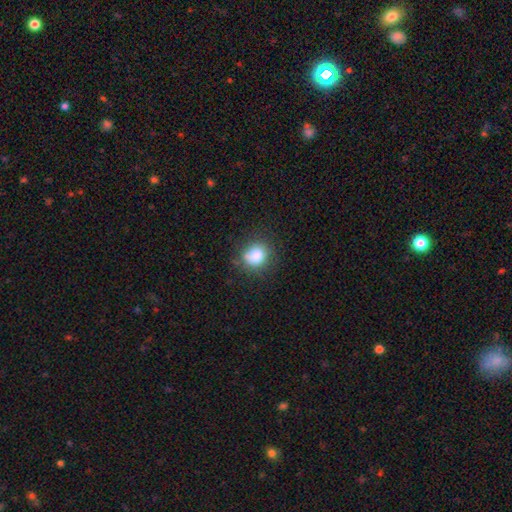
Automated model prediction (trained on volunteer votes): Q: Smooth or featured?
A: smooth (83%); runner-up: star or artifact (11%)
Q: How rounded?
A: round (75%); runner-up: in between (24%)
Q: Merging?
A: none (72%); runner-up: minor disturbance (20%)